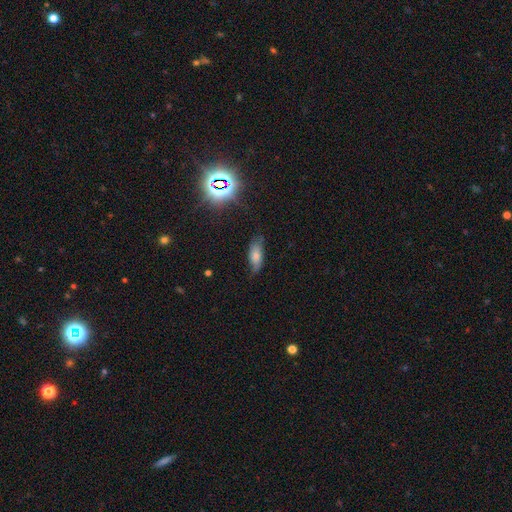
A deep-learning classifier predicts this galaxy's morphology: A smooth galaxy with no disk features (68%) that is in between round and cigar-shaped (78%). Merging: none (61%).